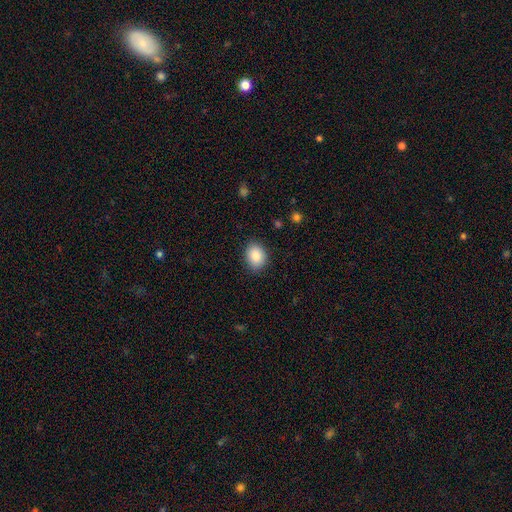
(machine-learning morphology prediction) A smooth galaxy with no disk features (88%) that is in between round and cigar-shaped (60%). Merging: none (87%).